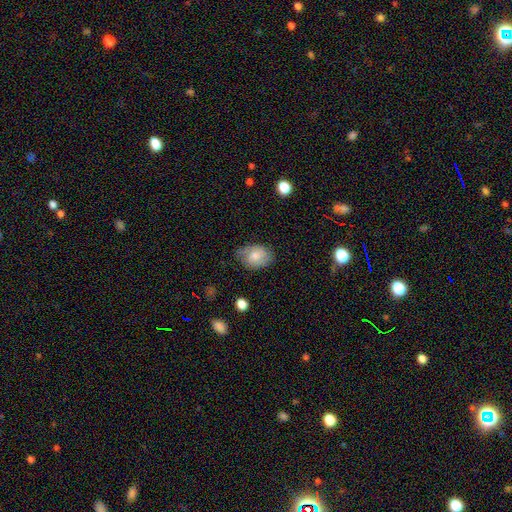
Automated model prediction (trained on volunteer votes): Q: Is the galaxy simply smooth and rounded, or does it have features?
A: smooth — 66%.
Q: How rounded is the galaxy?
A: in between — 73%.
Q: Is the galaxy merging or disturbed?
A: none — 64%.